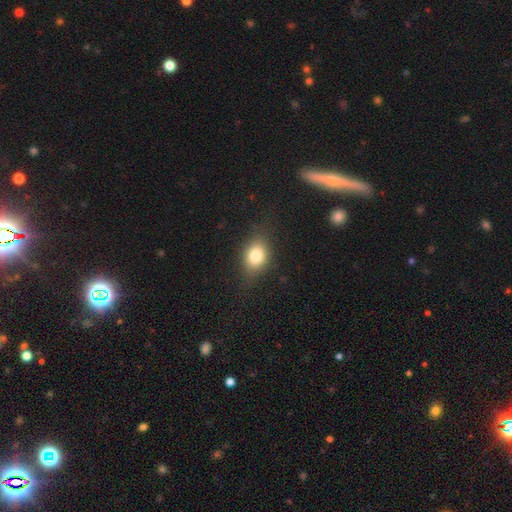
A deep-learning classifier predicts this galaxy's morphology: type=smooth (79%); roundness=in between (68%); merging=none (77%).